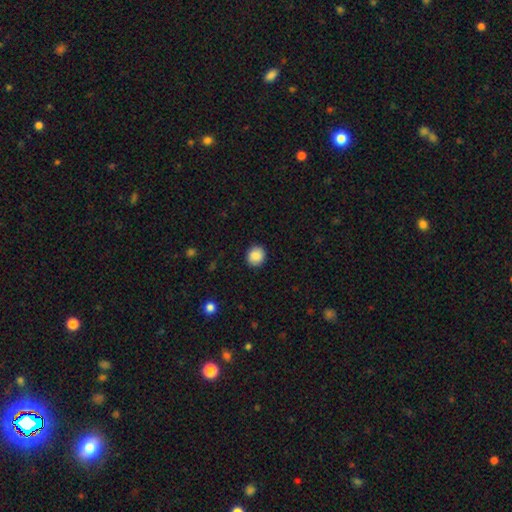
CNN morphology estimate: Overall: smooth (88%). How rounded: round (83%). Merging: none (91%).